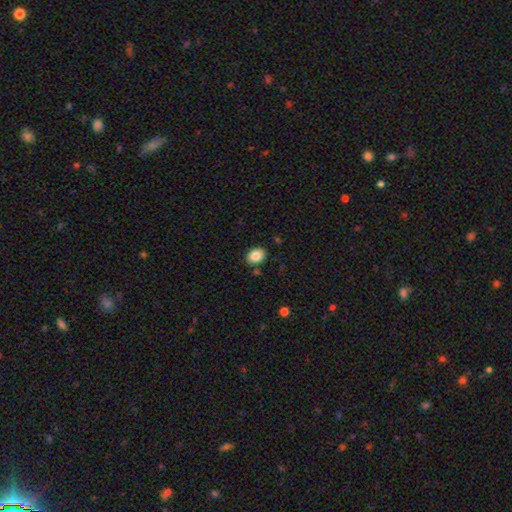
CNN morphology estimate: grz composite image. It shows a smooth galaxy with no disk features (87%) that is in between round and cigar-shaped (66%). Merging: none (85%).